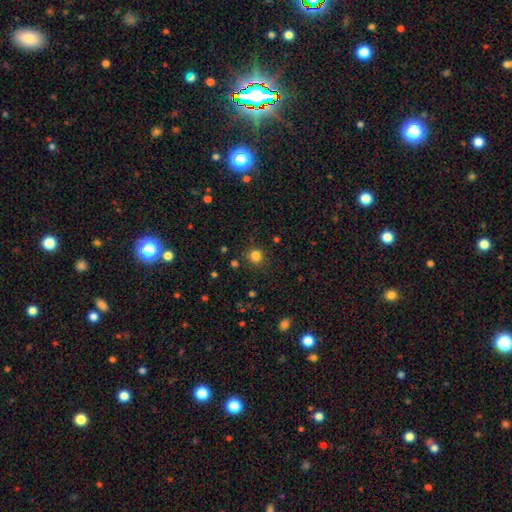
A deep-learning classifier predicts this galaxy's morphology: smooth 82%, star or artifact 14%, featured or disk 4%. Down the decision tree: how rounded — round (90%); merging — none (87%).